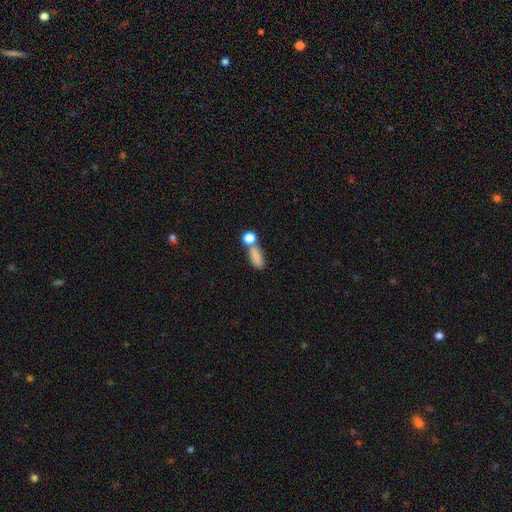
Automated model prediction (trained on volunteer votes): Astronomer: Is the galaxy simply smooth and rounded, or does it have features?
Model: smooth — 79%.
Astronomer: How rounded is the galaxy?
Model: in between — 73%.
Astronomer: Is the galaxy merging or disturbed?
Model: none — 50% (runner-up: merger, 29%).